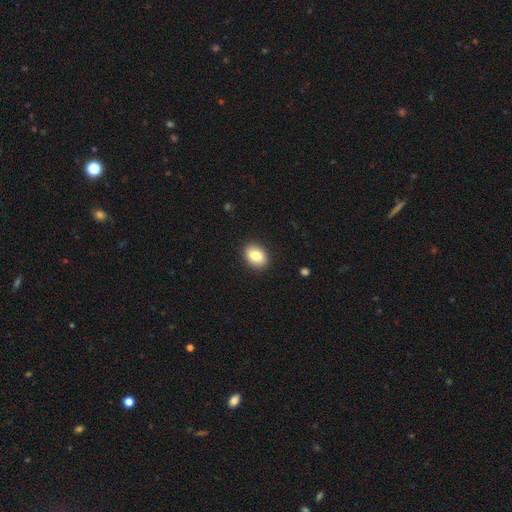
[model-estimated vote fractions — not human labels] smooth 84%, featured or disk 9%, star or artifact 8%. Down the decision tree: how rounded — in between (70%); merging — none (90%).